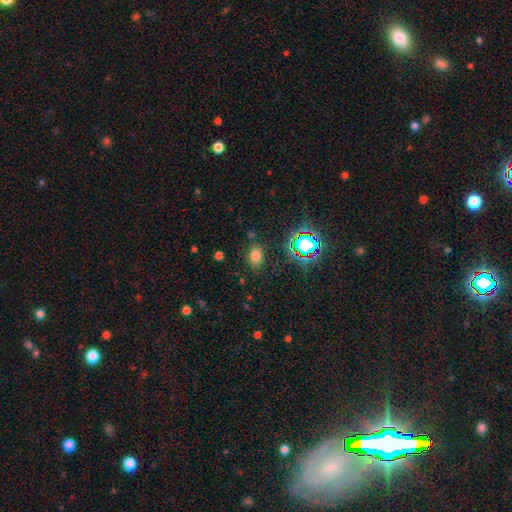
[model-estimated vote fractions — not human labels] The model was most divided on "smooth or featured": smooth: 69%, star or artifact: 23%, featured or disk: 8%. More confident: merging — none (80%); how rounded — in between (74%).